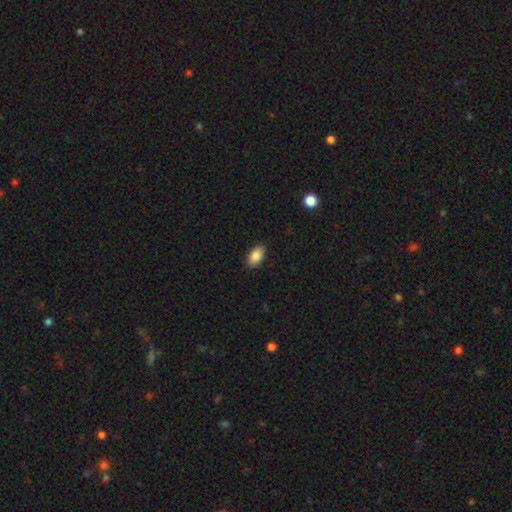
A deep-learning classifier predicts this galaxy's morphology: This is clearly a smooth galaxy (87%). How rounded: clearly in between (94%). Merging: clearly none (89%).